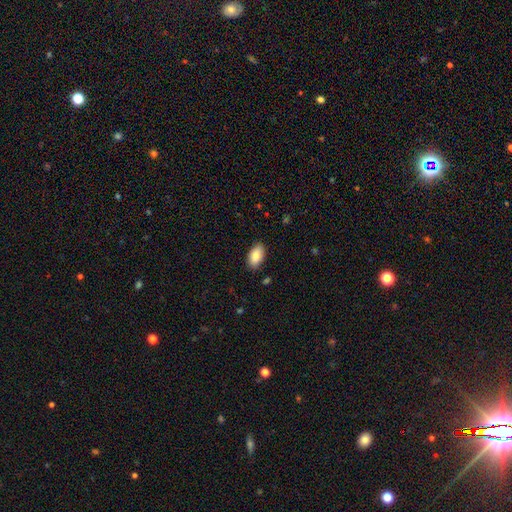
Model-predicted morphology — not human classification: type=smooth (84%); roundness=in between (94%); merging=none (86%).